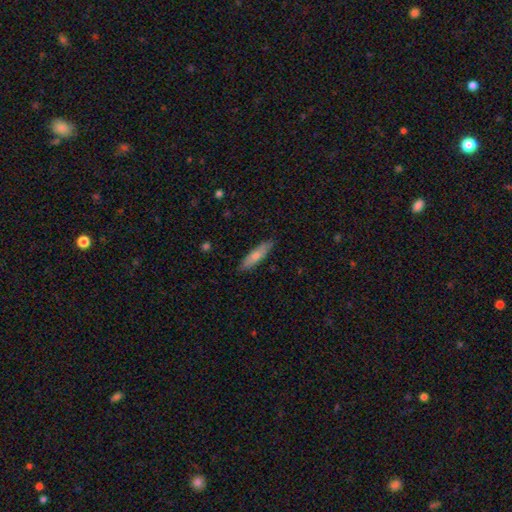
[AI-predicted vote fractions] smooth_or_featured: smooth (p=0.72) [alt: featured or disk p=0.22]
how_rounded: cigar-shaped (p=0.70) [alt: in between p=0.28]
merging: none (p=0.85) [alt: minor disturbance p=0.12]